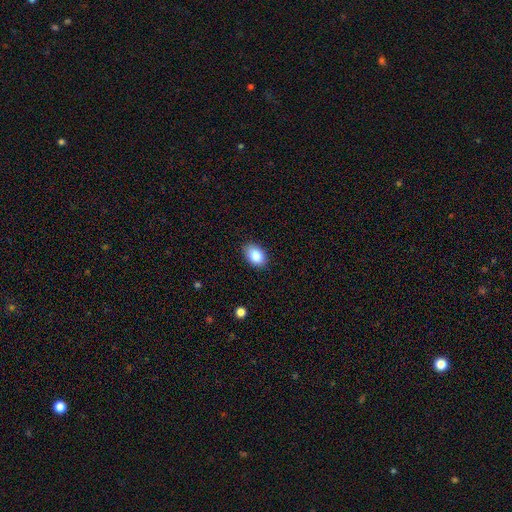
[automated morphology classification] Smooth or featured?
  - smooth: 87% *
  - star or artifact: 8%
  - featured or disk: 5%
How rounded?
  - in between: 87% *
  - round: 12%
  - cigar-shaped: 1%
Merging?
  - none: 84% *
  - minor disturbance: 12%
  - major disturbance: 2%
  - merger: 1%